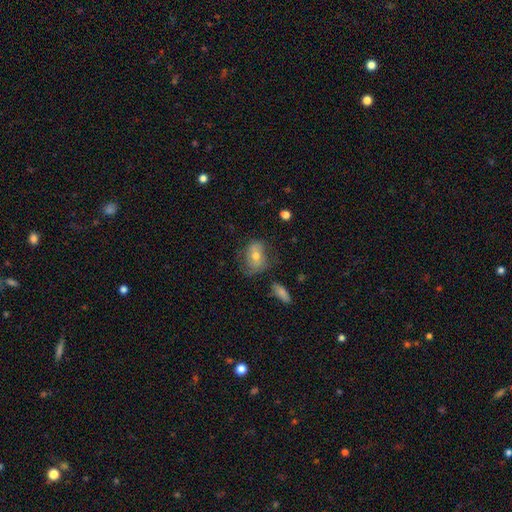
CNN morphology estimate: Smooth or featured? smooth (53%)
How rounded? in between (69%)
Merging? none (54%)